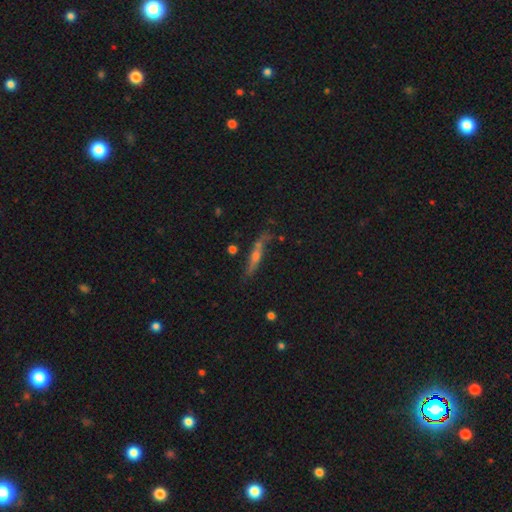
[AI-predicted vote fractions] Overall: featured or disk (63%; smooth 27%). Edge-on disk: yes (81%). Edge-on bulge: rounded (75%). Merging: none (65%).